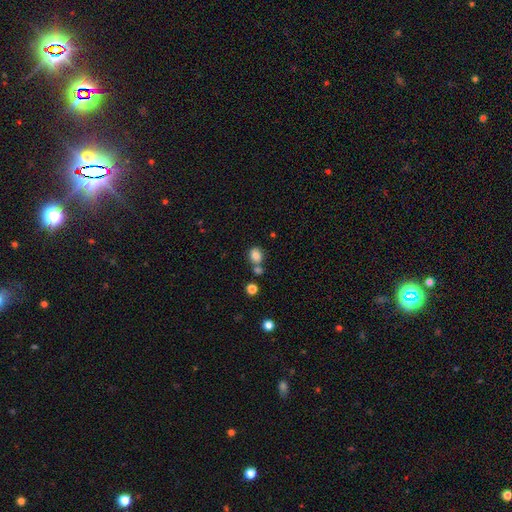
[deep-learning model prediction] Q: Smooth or featured?
A: smooth (81%); runner-up: star or artifact (11%)
Q: How rounded?
A: round (60%); runner-up: in between (39%)
Q: Merging?
A: none (60%); runner-up: merger (24%)